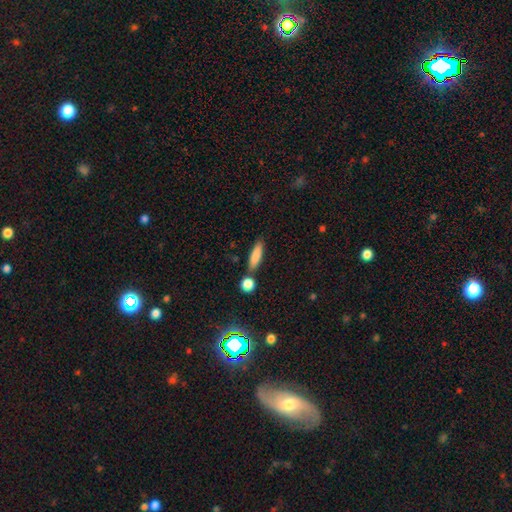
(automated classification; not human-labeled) Smooth or featured? Predicted: smooth (p=0.81). How rounded? Predicted: cigar-shaped (p=0.63). Merging? Predicted: none (p=0.74).